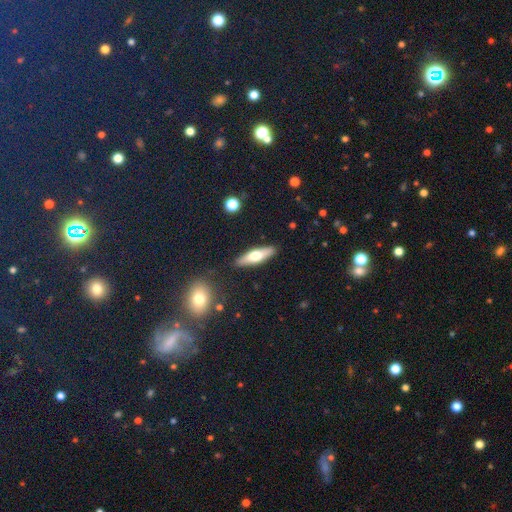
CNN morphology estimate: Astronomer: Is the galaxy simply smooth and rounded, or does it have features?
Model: smooth — 55% (runner-up: featured or disk, 39%).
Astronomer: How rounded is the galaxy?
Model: cigar-shaped — 61% (runner-up: in between, 37%).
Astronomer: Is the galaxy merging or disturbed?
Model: none — 88%.